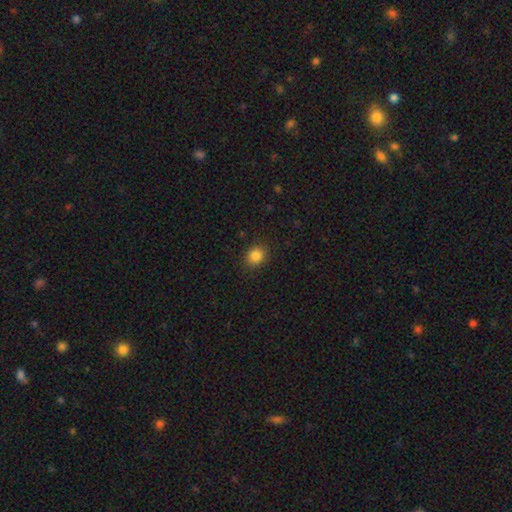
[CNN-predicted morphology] Smooth or featured?
  - smooth: 85% *
  - star or artifact: 11%
  - featured or disk: 4%
How rounded?
  - round: 73% *
  - in between: 26%
  - cigar-shaped: 1%
Merging?
  - none: 88% *
  - minor disturbance: 8%
  - major disturbance: 2%
  - merger: 1%